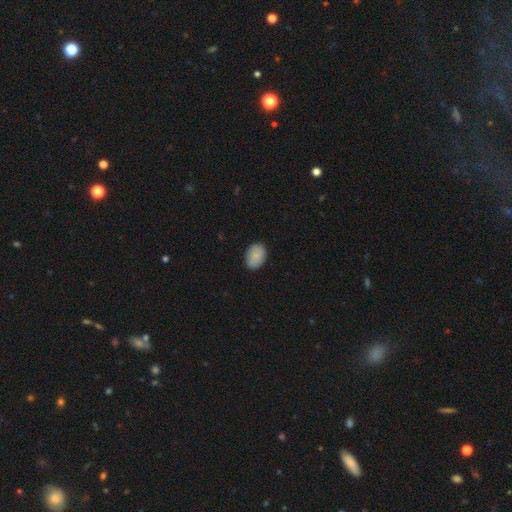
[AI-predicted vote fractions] smooth 85%, featured or disk 9%, star or artifact 7%. Down the decision tree: how rounded — in between (81%); merging — none (85%).